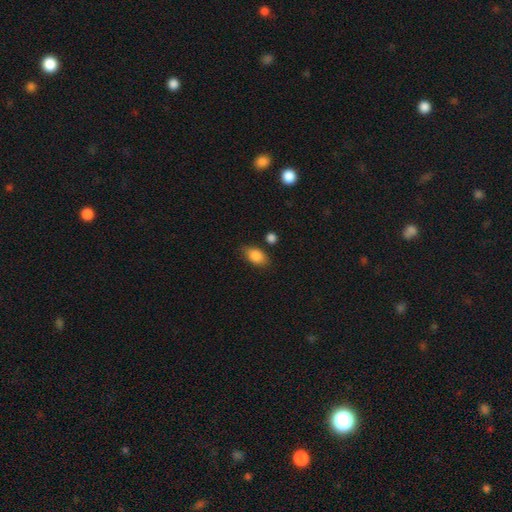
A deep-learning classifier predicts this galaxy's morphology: A smooth galaxy with no disk features (87%) that is in between round and cigar-shaped (88%). Merging: none (77%).